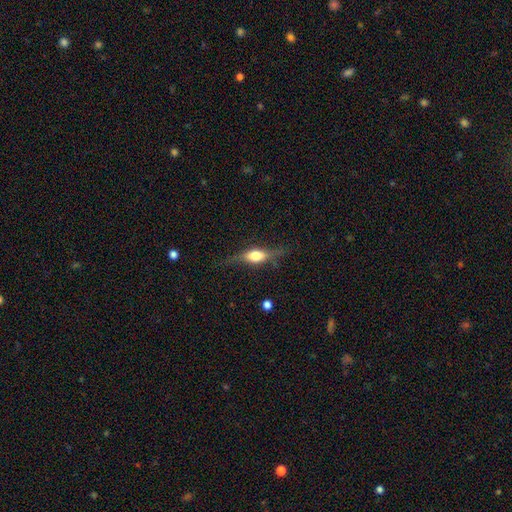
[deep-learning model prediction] Smooth or featured? featured or disk (54%)
Edge-on disk? yes (90%)
Merging? none (71%)